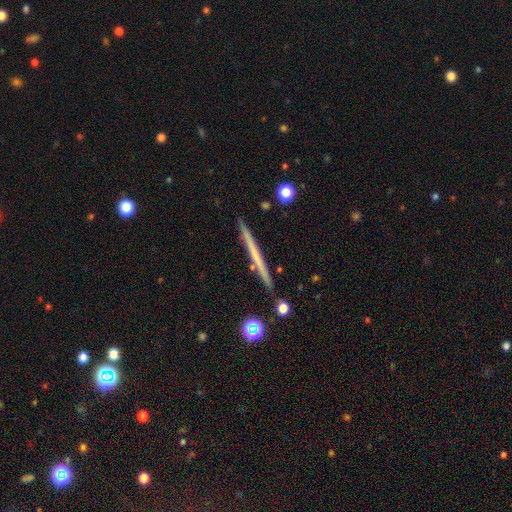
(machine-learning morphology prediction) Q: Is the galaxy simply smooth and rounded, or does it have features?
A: featured or disk — 51%.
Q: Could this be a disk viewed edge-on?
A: yes — 97%.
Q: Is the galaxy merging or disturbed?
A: none — 91%.